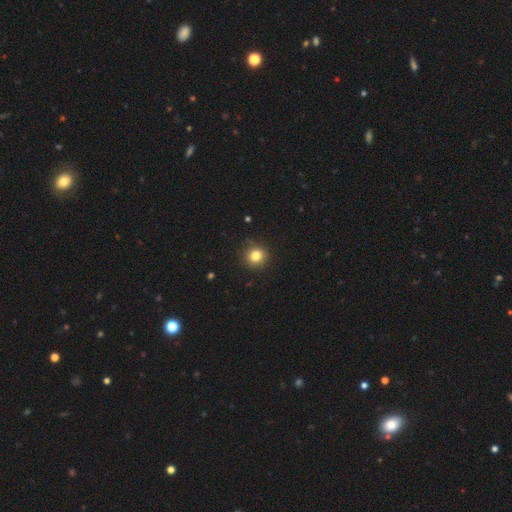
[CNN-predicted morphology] A smooth galaxy with no disk features (82%) that is round (90%).

Vote fractions:
- Smooth or featured? smooth: 82% / star or artifact: 12% / featured or disk: 6%
- How rounded? round: 90% / in between: 9% / cigar-shaped: 1%
- Merging? none: 88% / minor disturbance: 9% / major disturbance: 2% / merger: 1%